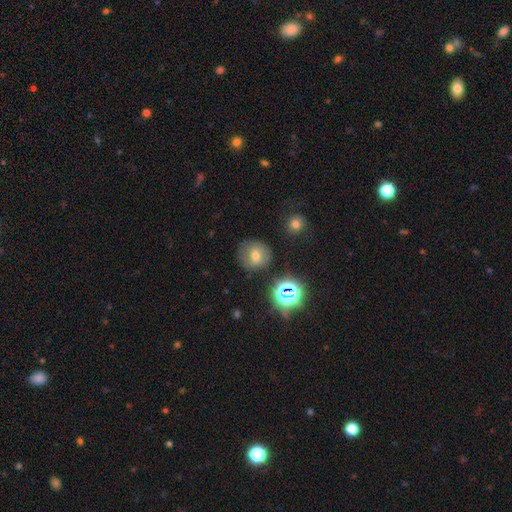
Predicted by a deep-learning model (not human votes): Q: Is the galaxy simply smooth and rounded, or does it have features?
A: smooth — 58%.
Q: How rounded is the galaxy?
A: round — 87%.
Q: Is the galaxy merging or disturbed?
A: none — 80%.